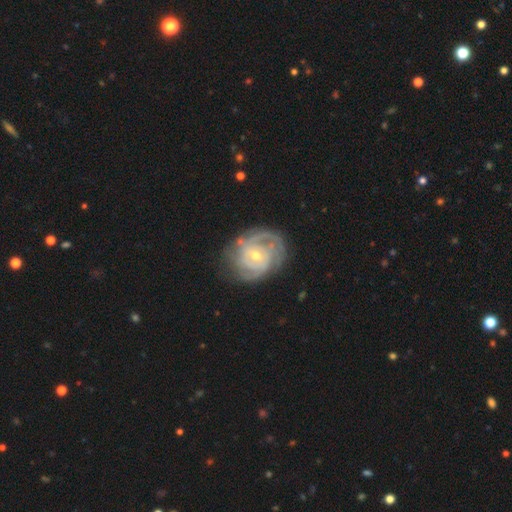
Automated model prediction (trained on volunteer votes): A featured or disk galaxy (86%) with no bar (61%), tight (69%) spiral arms (95%) and a small central bulge (52%).

Vote fractions:
- Smooth or featured? featured or disk: 86% / smooth: 9% / star or artifact: 5%
- Edge-on disk? no: 97% / yes: 3%
- Bar? no: 61% / weak: 32% / strong: 8%
- Spiral arms? yes: 95% / no: 5%
- Spiral winding? tight: 69% / medium: 26% / loose: 6%
- Spiral arm count? can't tell: 30% / 2: 27% / 3: 23% / 4: 9% / 1: 5% / more than 4: 5%
- Bulge size? small: 52% / moderate: 44% / large: 2% / none: 1% / dominant: 1%
- Merging? none: 73% / minor disturbance: 18% / major disturbance: 7% / merger: 2%